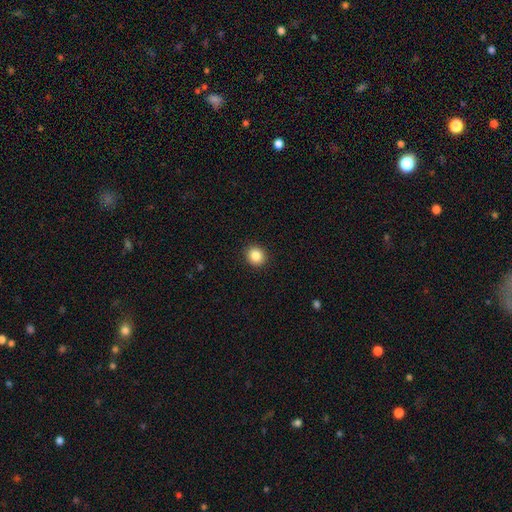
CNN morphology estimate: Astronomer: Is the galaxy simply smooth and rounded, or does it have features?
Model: smooth — 86%.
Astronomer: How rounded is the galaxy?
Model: round — 83%.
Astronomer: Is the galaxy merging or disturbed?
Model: none — 92%.